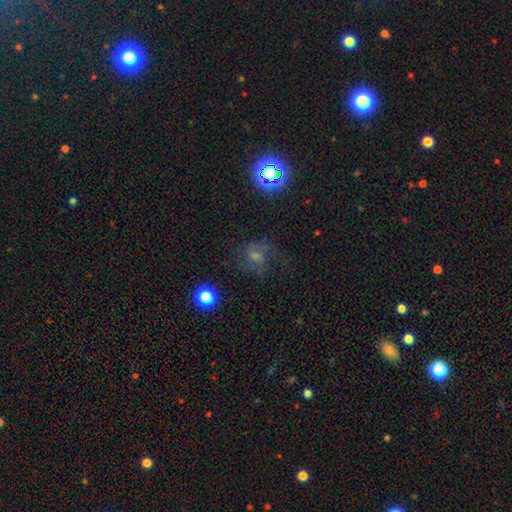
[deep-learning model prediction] Smooth or featured?
  - star or artifact: 34% * (tied)
  - featured or disk: 34% * (tied)
  - smooth: 33%